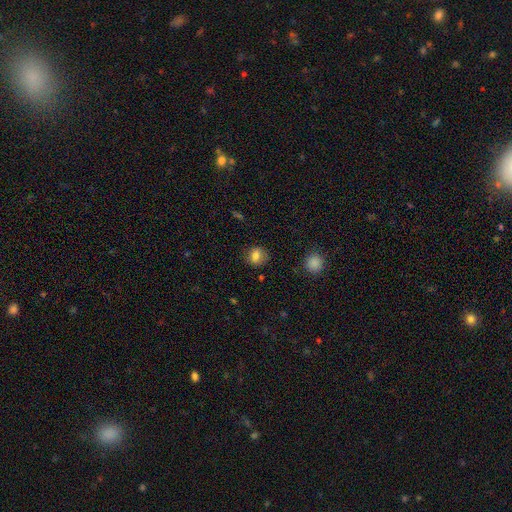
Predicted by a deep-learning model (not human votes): Smooth or featured? Predicted: smooth (p=0.81). How rounded? Predicted: round (p=0.77). Merging? Predicted: none (p=0.84).